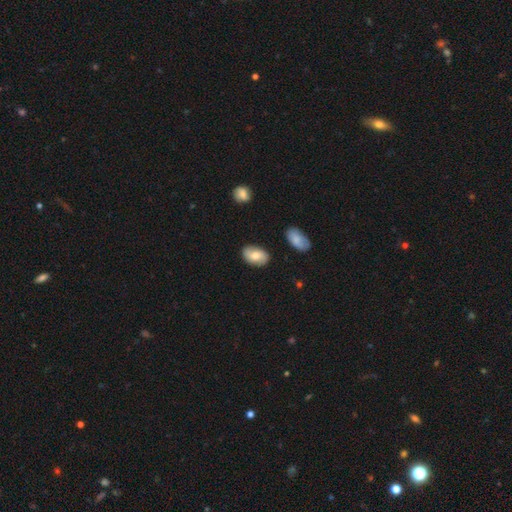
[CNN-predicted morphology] type=smooth (68%); roundness=in between (90%); merging=none (82%).